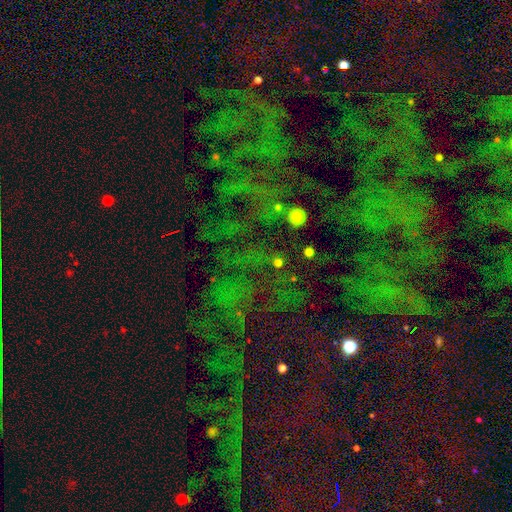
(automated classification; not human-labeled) Smooth or featured?
  - star or artifact: 82% *
  - smooth: 10%
  - featured or disk: 8%